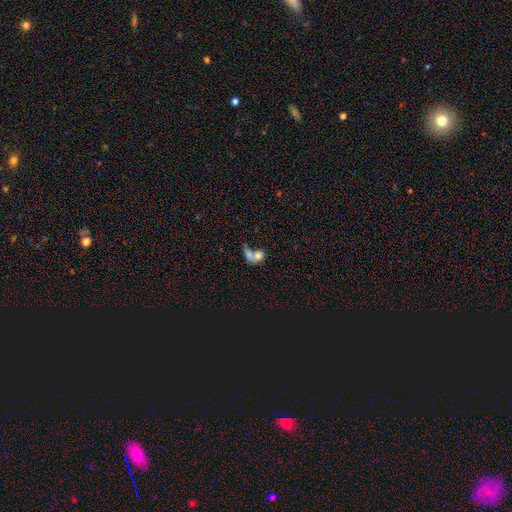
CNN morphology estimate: smooth_or_featured: smooth (p=0.68) [alt: featured or disk p=0.21]
how_rounded: in between (p=0.62) [alt: round p=0.36]
merging: merger (p=0.68) [alt: none p=0.17]